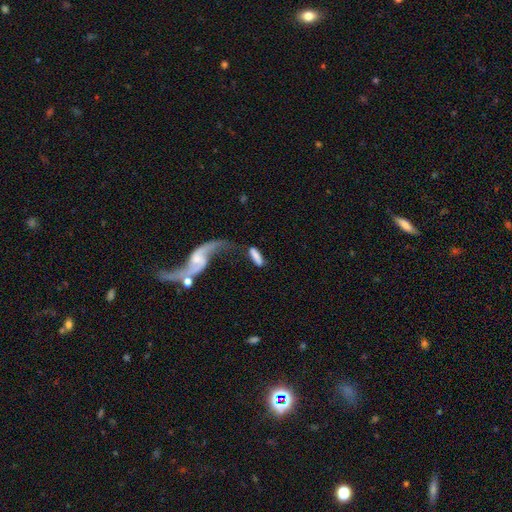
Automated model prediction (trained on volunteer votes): A smooth galaxy with no disk features (65%) that is in between round and cigar-shaped (56%).

Vote fractions:
- Smooth or featured? smooth: 65% / featured or disk: 27% / star or artifact: 7%
- How rounded? in between: 56% / cigar-shaped: 40% / round: 4%
- Merging? none: 36% / merger: 27% / major disturbance: 21% / minor disturbance: 17%